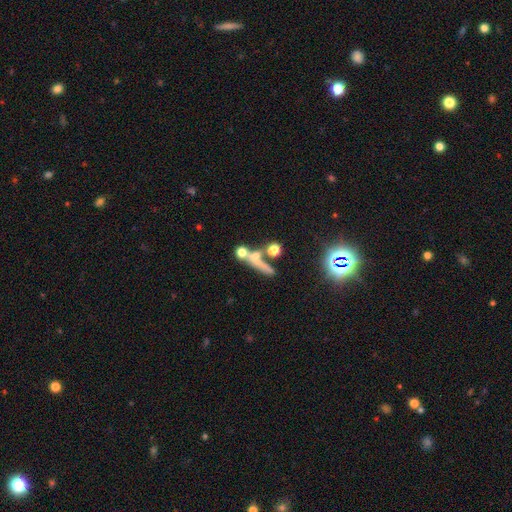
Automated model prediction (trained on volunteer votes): Overall: smooth (43%; star or artifact 29%). Merging: none (52%; merger 29%).